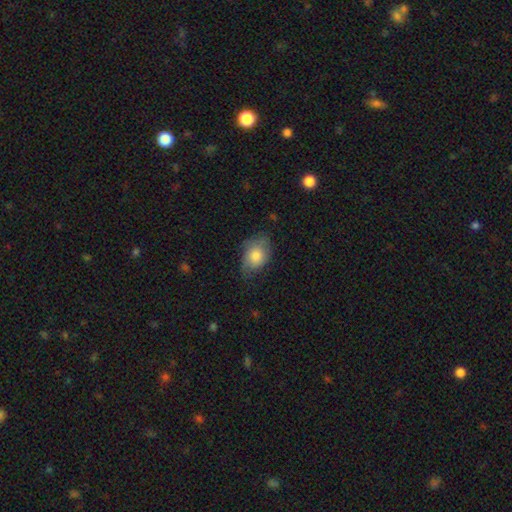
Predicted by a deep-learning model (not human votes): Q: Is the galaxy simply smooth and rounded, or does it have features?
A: smooth — 76%.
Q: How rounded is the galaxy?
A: in between — 79%.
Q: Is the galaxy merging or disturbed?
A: none — 52%.